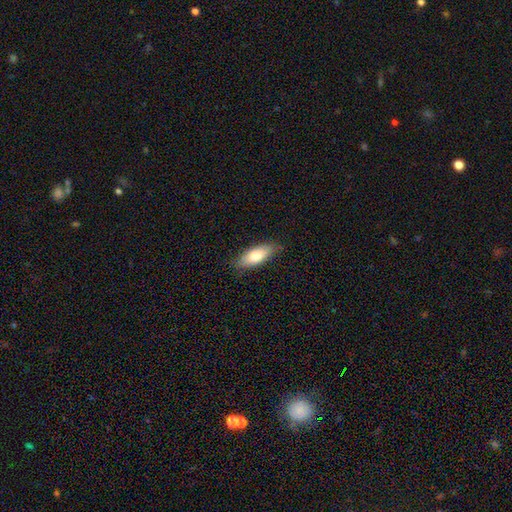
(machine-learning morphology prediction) A smooth galaxy with no disk features (76%) that is in between round and cigar-shaped (74%).

Vote fractions:
- Smooth or featured? smooth: 76% / featured or disk: 18% / star or artifact: 6%
- How rounded? in between: 74% / cigar-shaped: 24% / round: 2%
- Merging? none: 85% / minor disturbance: 12% / major disturbance: 2% / merger: 1%